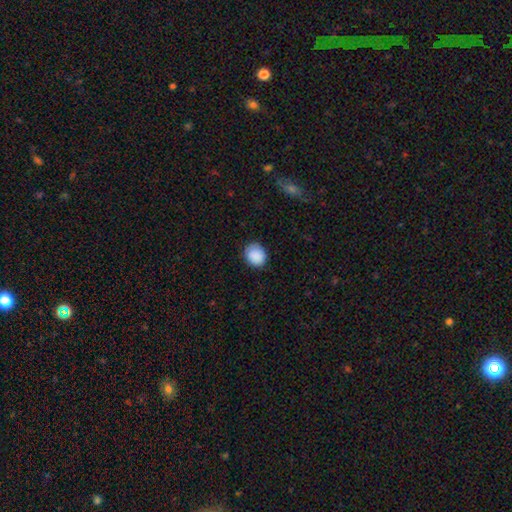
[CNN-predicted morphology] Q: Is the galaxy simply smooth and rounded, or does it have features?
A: smooth — 89%.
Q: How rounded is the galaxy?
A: round — 67%.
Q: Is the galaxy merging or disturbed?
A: none — 83%.